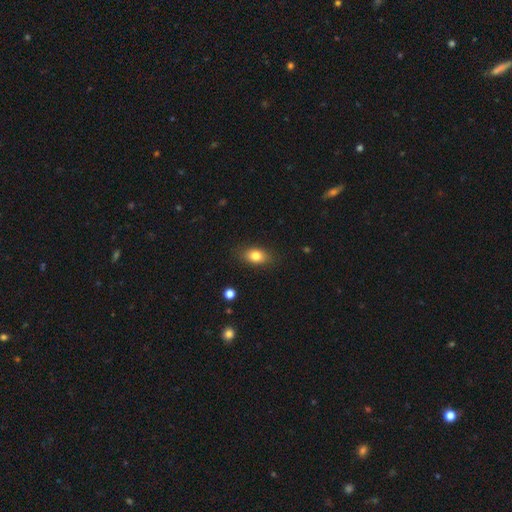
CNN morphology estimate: The model was most divided on "how rounded": in between: 80%, round: 17%, cigar-shaped: 3%. More confident: merging — none (85%); smooth or featured — smooth (80%).